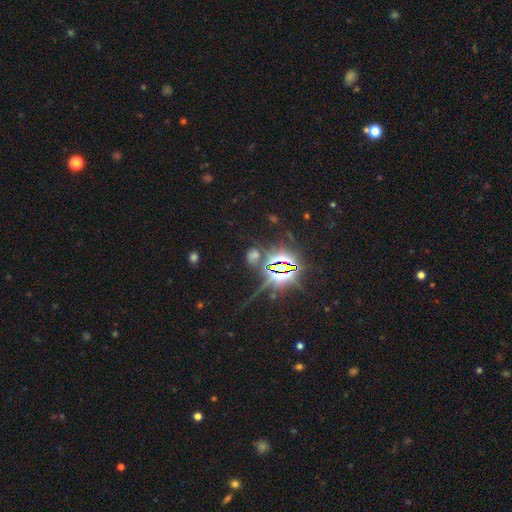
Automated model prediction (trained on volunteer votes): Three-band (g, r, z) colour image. It shows a star or artifact, not a galaxy (80%).